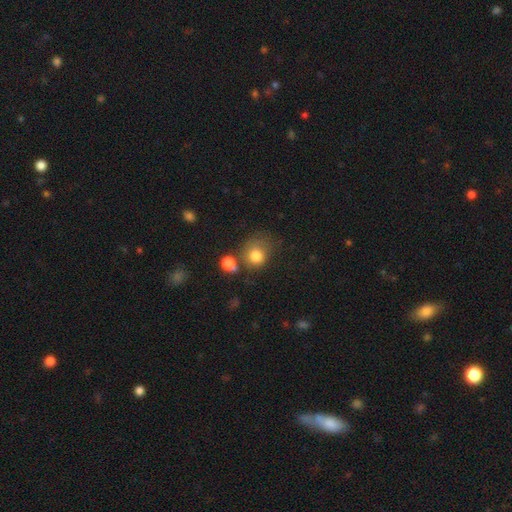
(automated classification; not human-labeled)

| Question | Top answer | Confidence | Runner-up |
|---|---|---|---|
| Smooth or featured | smooth | 79% | star or artifact (11%) |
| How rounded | round | 74% | in between (25%) |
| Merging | none | 45% | minor disturbance (23%) |